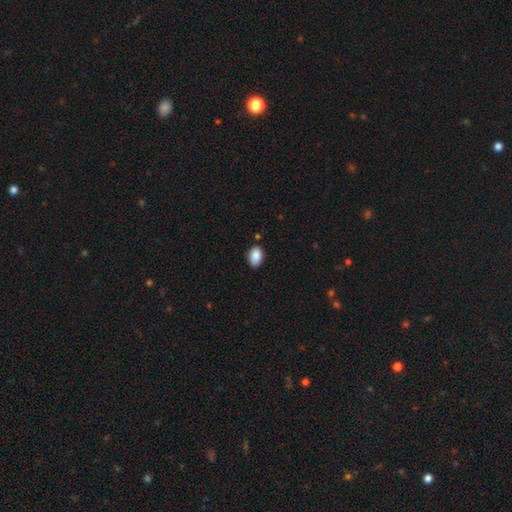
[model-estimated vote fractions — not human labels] Smooth or featured?
  - smooth: 89% *
  - star or artifact: 7%
  - featured or disk: 4%
How rounded?
  - in between: 89% *
  - round: 10%
  - cigar-shaped: 1%
Merging?
  - none: 83% *
  - minor disturbance: 13%
  - major disturbance: 2%
  - merger: 2%